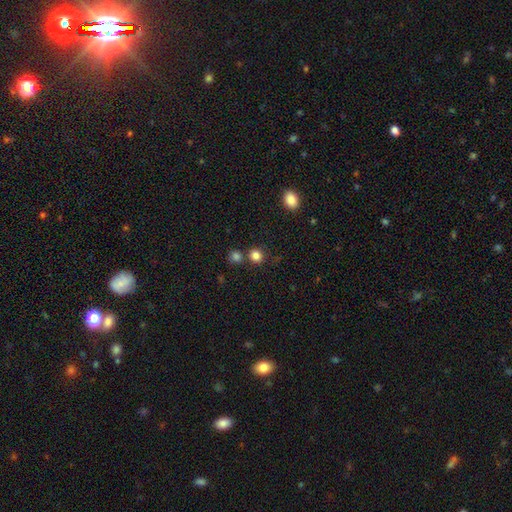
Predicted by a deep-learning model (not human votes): Smooth or featured? Predicted: smooth (p=0.82). How rounded? Predicted: round (p=0.87). Merging? Predicted: none (p=0.76).